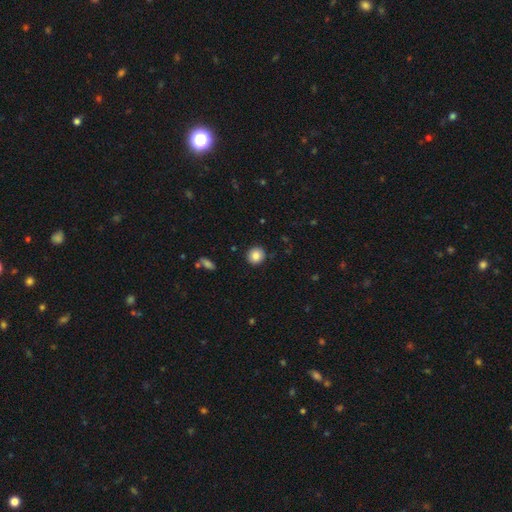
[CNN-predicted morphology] The model was most divided on "smooth or featured": smooth: 84%, star or artifact: 9%, featured or disk: 6%. More confident: how rounded — round (90%); merging — none (90%).